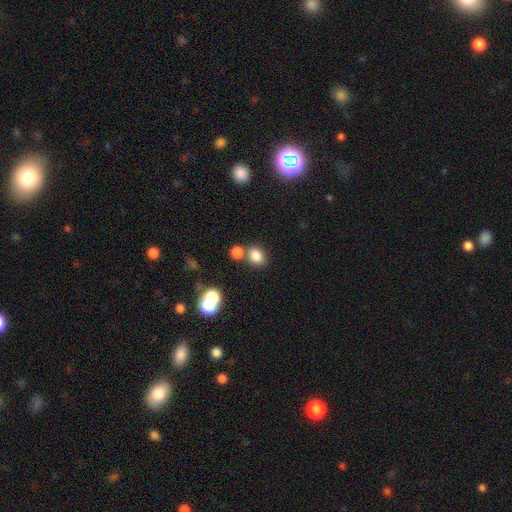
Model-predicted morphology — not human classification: This appears to be a smooth galaxy with no disk features (83%) that is in between round and cigar-shaped (53%). Merging: none (62%).